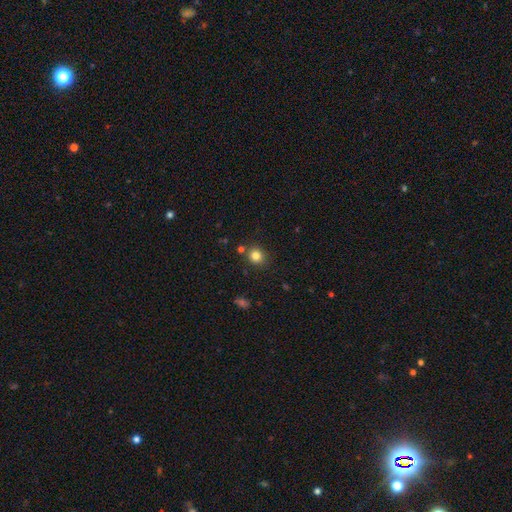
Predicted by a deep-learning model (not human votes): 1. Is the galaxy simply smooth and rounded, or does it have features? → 82% smooth, 12% star or artifact, 6% featured or disk.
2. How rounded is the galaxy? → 79% round, 20% in between, 1% cigar-shaped.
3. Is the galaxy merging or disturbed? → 82% none, 9% minor disturbance, 6% merger, 3% major disturbance.